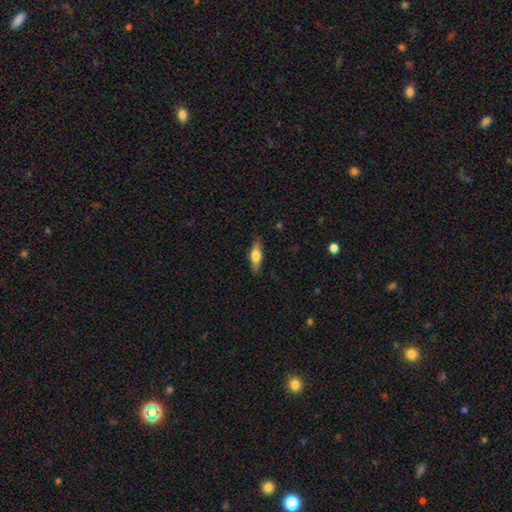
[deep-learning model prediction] Smooth or featured: smooth — 63% (featured or disk — 31%)
How rounded: cigar-shaped — 52% (in between — 45%)
Merging: none — 86% (minor disturbance — 11%)